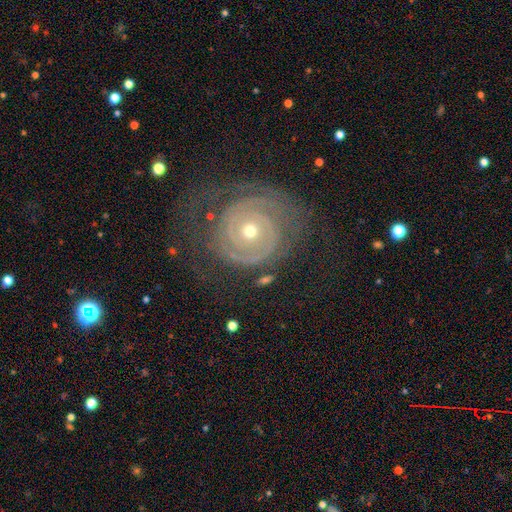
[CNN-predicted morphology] smooth-or-featured: featured or disk: 87% | smooth: 7% | star or artifact: 6%
  disk-edge-on: no: 97% | yes: 3%
    bar: no: 80% | weak: 14% | strong: 6%
    has-spiral-arms: yes: 96% | no: 4%
      spiral-winding: tight: 81% | medium: 15% | loose: 4%
      spiral-arm-count: 2: 57% | can't tell: 17% | 3: 12% | 1: 5% | 4: 5% | more than 4: 4%
    bulge-size: small: 53% | moderate: 44% | large: 2% | dominant: 1% | none: 1%
  merging: none: 69% | minor disturbance: 16% | major disturbance: 13% | merger: 2%